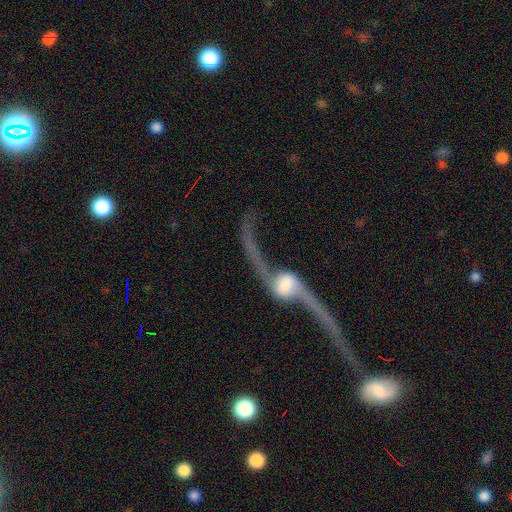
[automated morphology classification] Smooth or featured: featured or disk — 88% (star or artifact — 8%)
Edge-on disk: no — 78% (yes — 22%)
Bar: no — 58% (weak — 27%)
Spiral arms: yes — 94% (no — 6%)
Spiral winding: loose — 93% (medium — 4%)
Spiral arm count: 2 — 93% (1 — 3%)
Bulge size: moderate — 47% (small — 28%)
Merging: none — 48% (major disturbance — 19%)